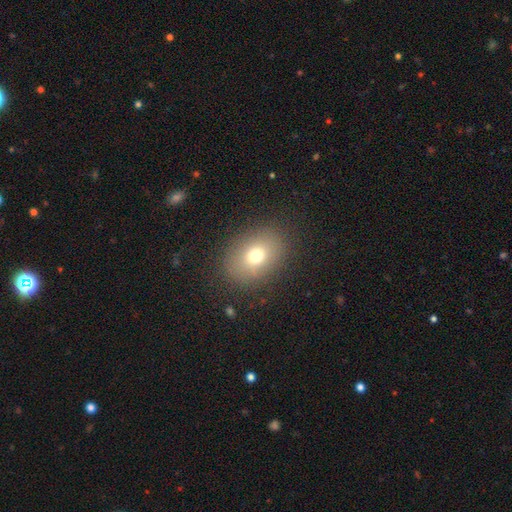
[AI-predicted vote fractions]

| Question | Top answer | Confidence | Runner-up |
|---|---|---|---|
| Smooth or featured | smooth | 72% | featured or disk (14%) |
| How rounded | in between | 60% | round (39%) |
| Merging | none | 84% | minor disturbance (10%) |